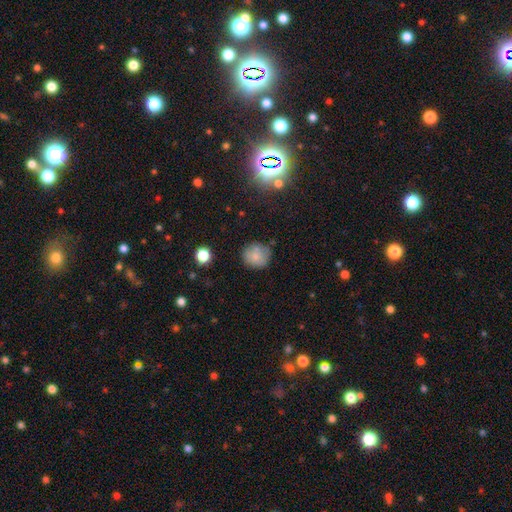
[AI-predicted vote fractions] A smooth galaxy with no disk features (78%) that is round (87%).

Vote fractions:
- Smooth or featured? smooth: 78% / featured or disk: 11% / star or artifact: 10%
- How rounded? round: 87% / in between: 12% / cigar-shaped: 1%
- Merging? none: 72% / minor disturbance: 17% / merger: 6% / major disturbance: 5%